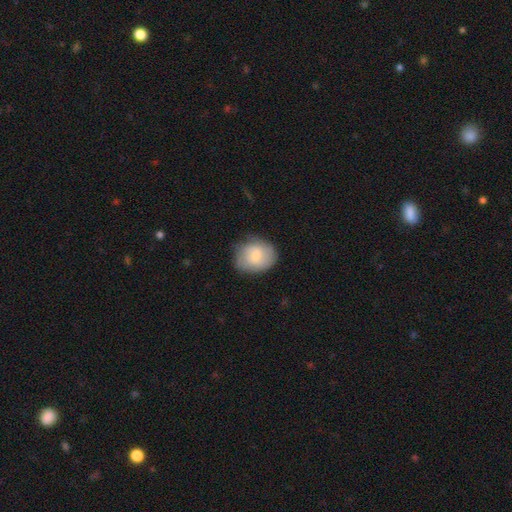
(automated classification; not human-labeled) A smooth galaxy with no disk features (63%) that is round (60%). Merging: none (71%).